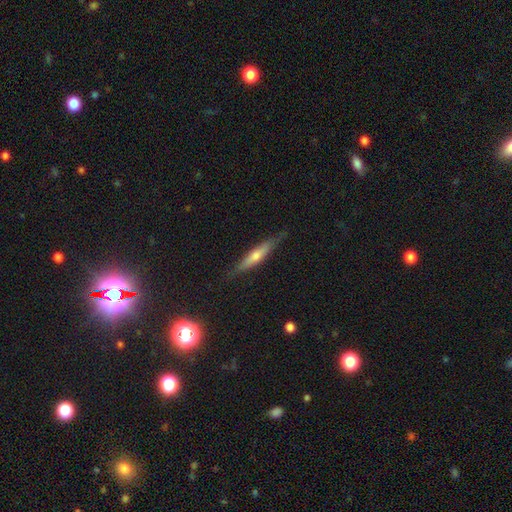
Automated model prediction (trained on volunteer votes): A featured or disk galaxy (58%) viewed edge-on (93%) with a rounded central bulge (76%). Merging: none (84%).